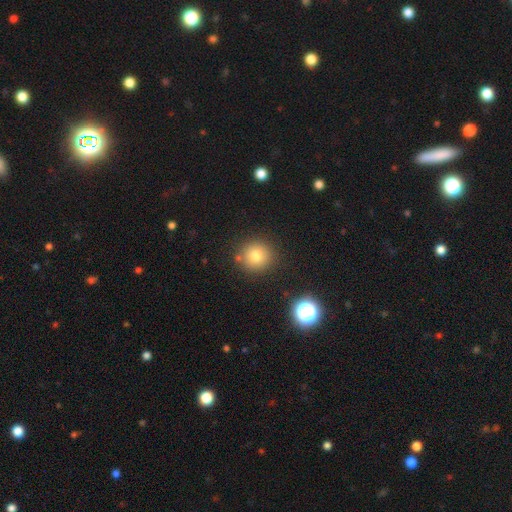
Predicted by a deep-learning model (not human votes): smooth_or_featured: smooth (p=0.77) [alt: star or artifact p=0.14]
how_rounded: round (p=0.93) [alt: in between p=0.06]
merging: none (p=0.85) [alt: minor disturbance p=0.08]